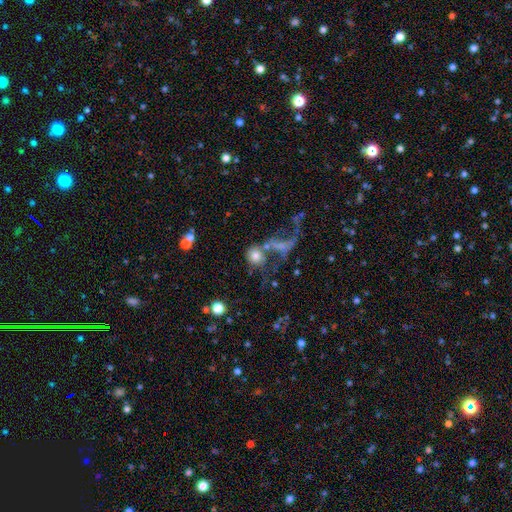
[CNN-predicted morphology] Smooth or featured: smooth — 65% (featured or disk — 23%)
How rounded: round — 84% (in between — 14%)
Merging: merger — 34% (none — 33%)